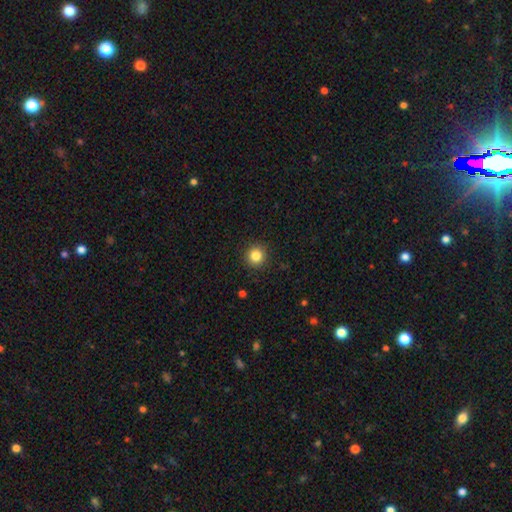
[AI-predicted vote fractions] A smooth galaxy with no disk features (84%) that is round (95%).

Vote fractions:
- Smooth or featured? smooth: 84% / star or artifact: 11% / featured or disk: 5%
- How rounded? round: 95% / in between: 4% / cigar-shaped: 1%
- Merging? none: 92% / minor disturbance: 6% / major disturbance: 2% / merger: 1%